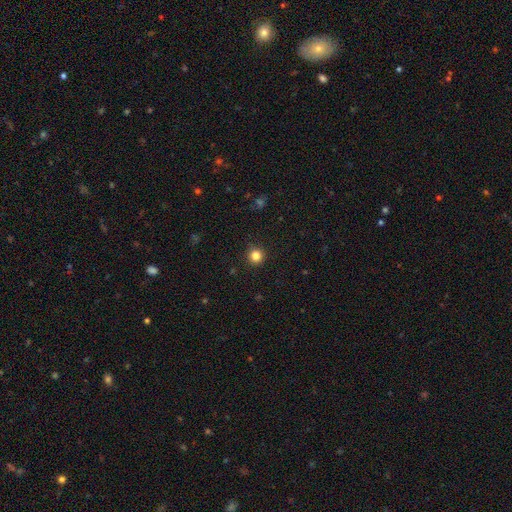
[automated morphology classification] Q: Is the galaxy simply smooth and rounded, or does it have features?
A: smooth — 83%.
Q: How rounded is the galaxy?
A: round — 95%.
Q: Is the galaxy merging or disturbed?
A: none — 91%.